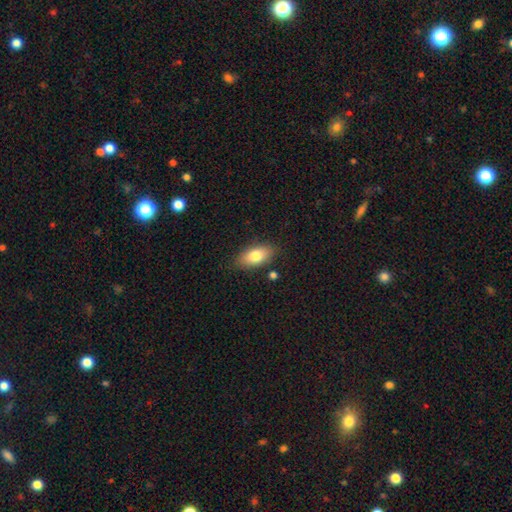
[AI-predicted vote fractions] smooth-or-featured: smooth: 78% | featured or disk: 15% | star or artifact: 7%
  how-rounded: in between: 88% | cigar-shaped: 7% | round: 5%
  merging: none: 83% | minor disturbance: 12% | merger: 3% | major disturbance: 3%